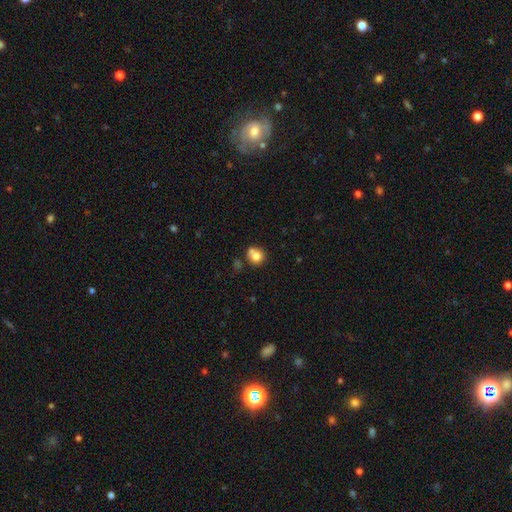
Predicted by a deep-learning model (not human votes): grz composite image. It shows a smooth galaxy with no disk features (77%) that is round (82%). Merging: none (52%).